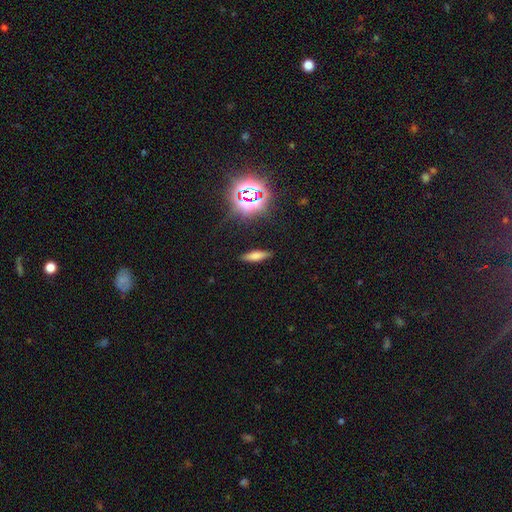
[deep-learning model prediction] This appears to be a smooth galaxy with no disk features (63%) that is cigar-shaped (61%). Merging: none (87%).